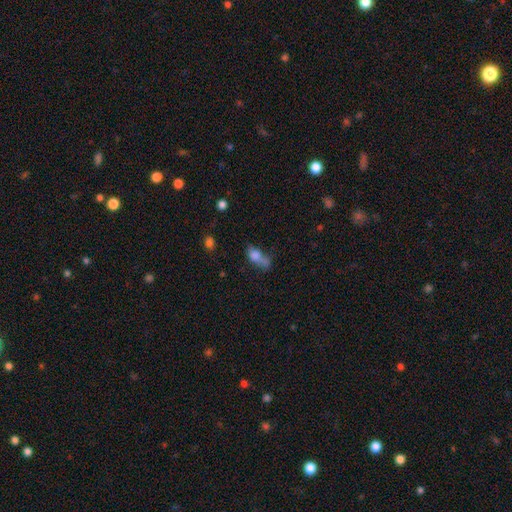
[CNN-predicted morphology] Smooth or featured: smooth — 72% (featured or disk — 16%)
How rounded: in between — 78% (round — 12%)
Merging: none — 27% (merger — 26%)